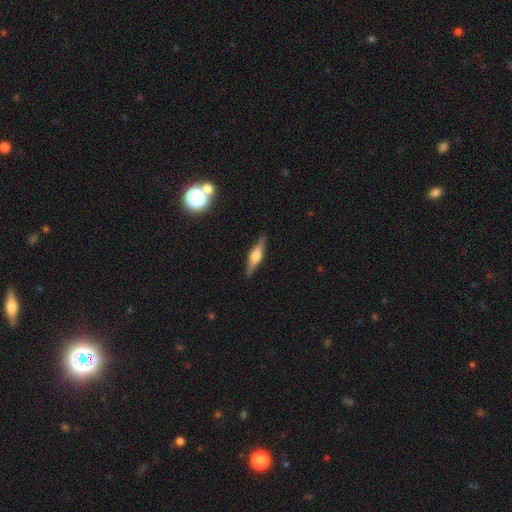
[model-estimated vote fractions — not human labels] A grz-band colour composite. It shows a featured or disk galaxy (66%) viewed edge-on (96%) with a rounded central bulge (86%). Merging: none (89%).